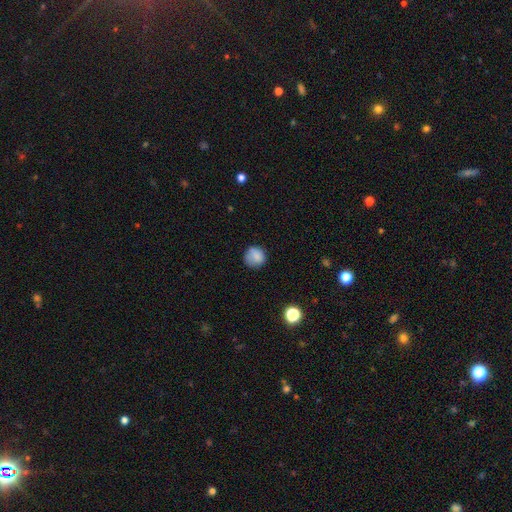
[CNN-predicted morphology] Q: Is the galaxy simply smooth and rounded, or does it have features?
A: smooth — 82%.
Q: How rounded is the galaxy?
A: round — 85%.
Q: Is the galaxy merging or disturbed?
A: none — 70%.